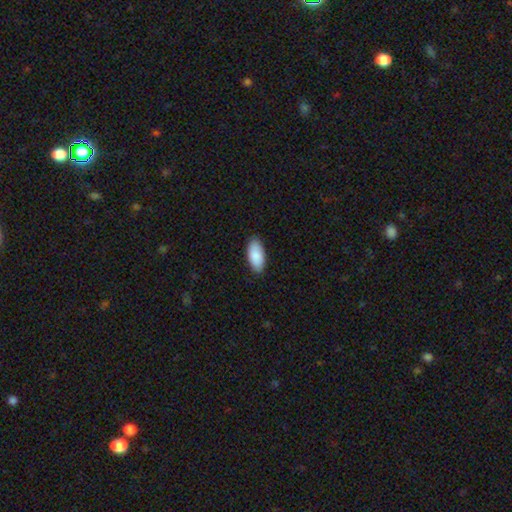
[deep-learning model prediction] Q: Smooth or featured?
A: smooth (90%); runner-up: star or artifact (5%)
Q: How rounded?
A: in between (93%); runner-up: cigar-shaped (5%)
Q: Merging?
A: none (87%); runner-up: minor disturbance (10%)